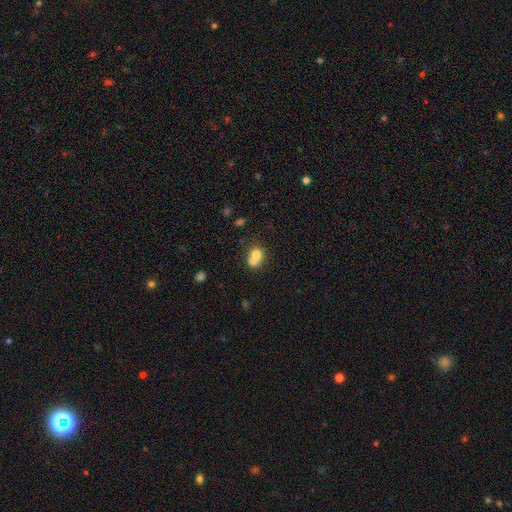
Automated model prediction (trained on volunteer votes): Smooth or featured: smooth — 71% (featured or disk — 18%)
How rounded: round — 74% (in between — 25%)
Merging: merger — 64% (none — 28%)